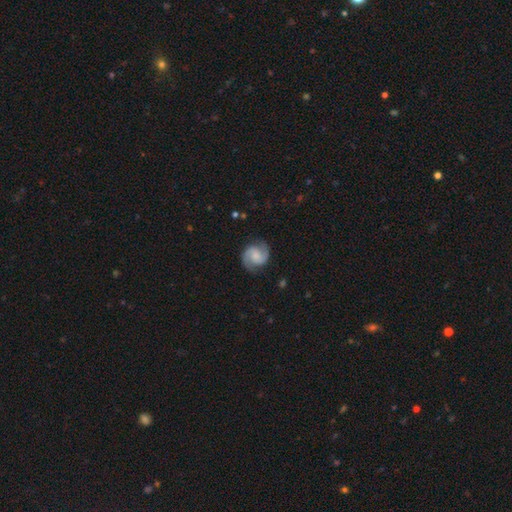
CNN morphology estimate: type=featured or disk (86%); edge-on=no (98%); bar=no (55%); spiral arms=yes (98%); winding=medium (55%); arm count=2 (94%); bulge=small (33%); merging=none (85%).